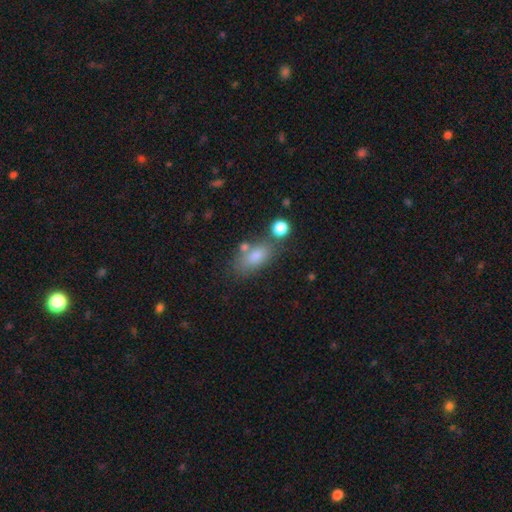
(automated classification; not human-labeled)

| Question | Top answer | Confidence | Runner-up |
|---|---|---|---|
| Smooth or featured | smooth | 77% | featured or disk (12%) |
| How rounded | in between | 83% | cigar-shaped (9%) |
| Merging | none | 62% | minor disturbance (17%) |